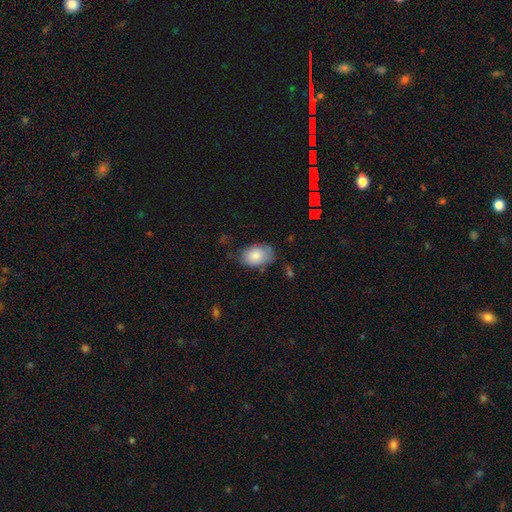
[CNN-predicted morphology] Q: Smooth or featured?
A: smooth (84%); runner-up: featured or disk (9%)
Q: How rounded?
A: in between (87%); runner-up: round (12%)
Q: Merging?
A: none (62%); runner-up: minor disturbance (28%)